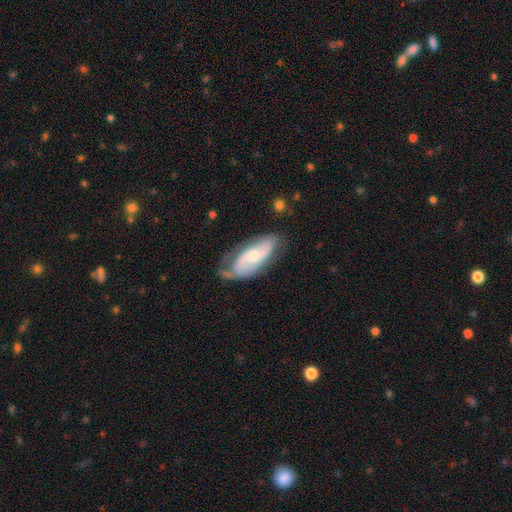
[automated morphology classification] featured or disk 65%, smooth 29%, star or artifact 6%. Down the decision tree: edge-on disk — no (90%); bar — no (59%); spiral arms — yes (87%); spiral arm count — 2 (66%); spiral winding — medium (40%); bulge size — moderate (47%); merging — none (56%).